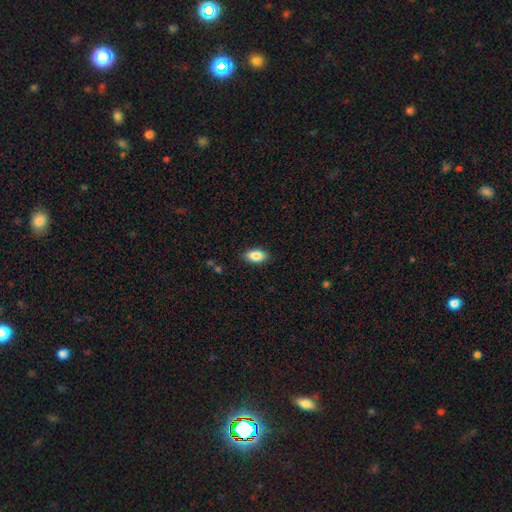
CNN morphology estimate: A smooth galaxy with no disk features (86%) that is in between round and cigar-shaped (90%). Merging: none (87%).